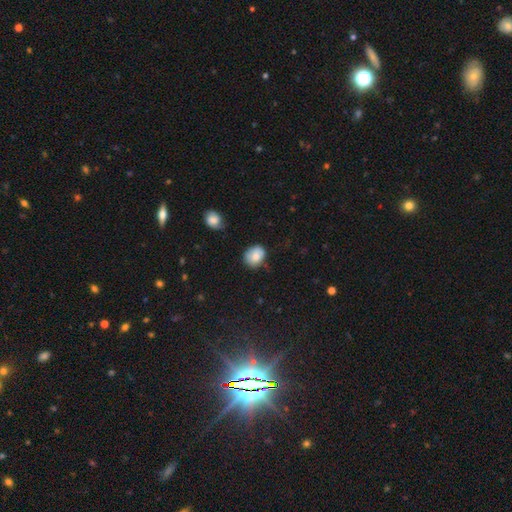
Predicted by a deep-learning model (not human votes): Smooth or featured?
  - smooth: 80% *
  - featured or disk: 12%
  - star or artifact: 8%
How rounded?
  - in between: 50% *
  - round: 49%
  - cigar-shaped: 1%
Merging?
  - none: 60% *
  - minor disturbance: 31%
  - major disturbance: 6%
  - merger: 3%